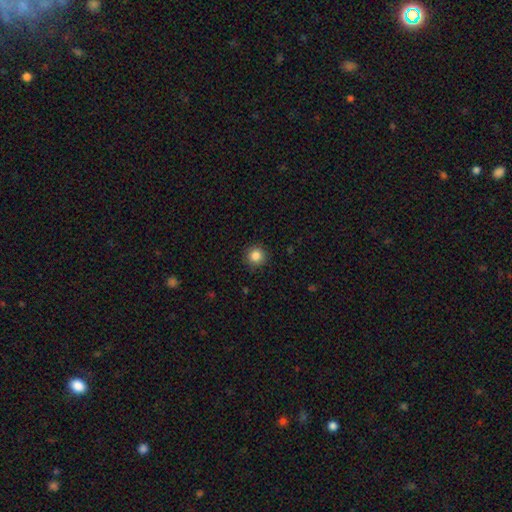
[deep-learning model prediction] smooth_or_featured: smooth (p=0.85) [alt: star or artifact p=0.11]
how_rounded: round (p=0.94) [alt: in between p=0.05]
merging: none (p=0.90) [alt: minor disturbance p=0.07]